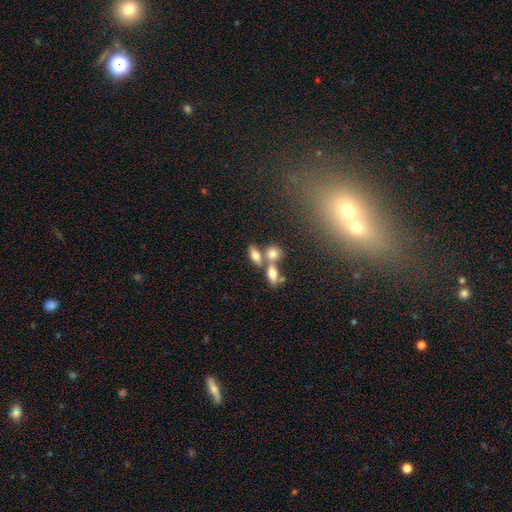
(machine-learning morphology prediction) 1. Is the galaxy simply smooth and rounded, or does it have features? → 69% smooth, 21% featured or disk, 10% star or artifact.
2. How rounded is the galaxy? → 70% in between, 17% cigar-shaped, 12% round.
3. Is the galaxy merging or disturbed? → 43% merger, 41% none, 10% minor disturbance, 5% major disturbance.